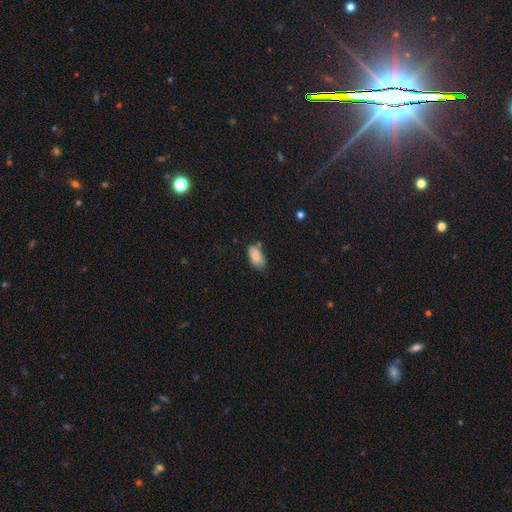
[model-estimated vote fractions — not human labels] Smooth or featured?
  - smooth: 85% *
  - featured or disk: 8%
  - star or artifact: 7%
How rounded?
  - in between: 93% *
  - round: 4%
  - cigar-shaped: 3%
Merging?
  - none: 62% *
  - minor disturbance: 26%
  - merger: 6%
  - major disturbance: 5%